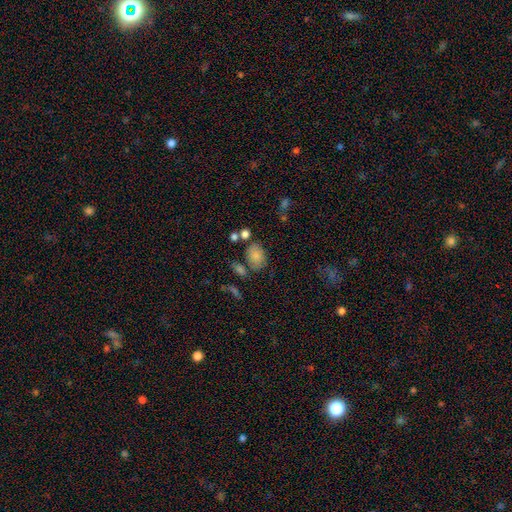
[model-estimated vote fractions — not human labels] The model was most divided on "merging": none: 62%, minor disturbance: 19%, merger: 13%, major disturbance: 7%. More confident: smooth or featured — smooth (80%); how rounded — in between (76%).